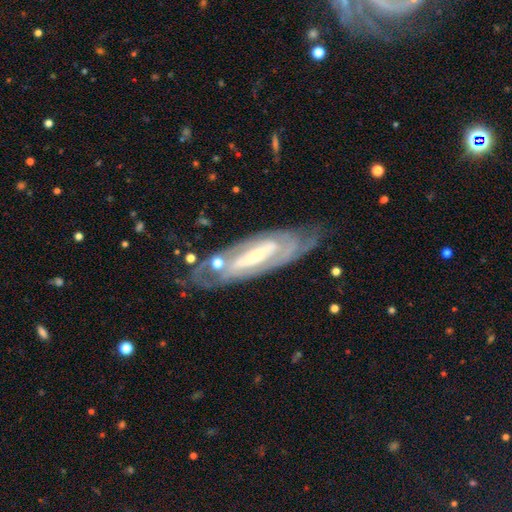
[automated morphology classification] Smooth or featured? Predicted: featured or disk (p=0.83). Edge-on disk? Predicted: no (p=0.84). Bar? Predicted: strong (p=0.47). Spiral arms? Predicted: yes (p=0.87). Spiral winding? Predicted: tight (p=0.61). Spiral arm count? Predicted: 2 (p=0.47). Bulge size? Predicted: small (p=0.63). Merging? Predicted: none (p=0.69).